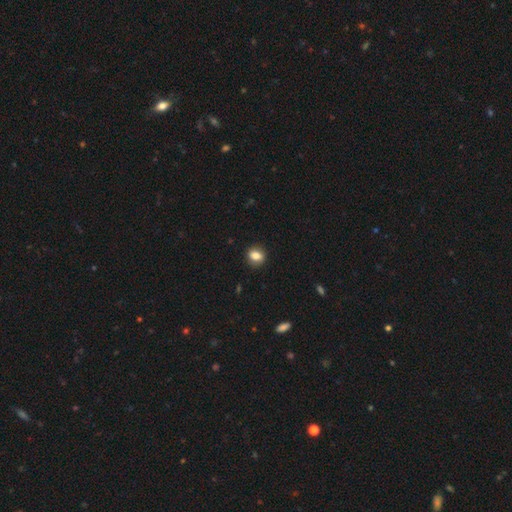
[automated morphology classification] A smooth galaxy with no disk features (80%) that is in between round and cigar-shaped (49%).

Vote fractions:
- Smooth or featured? smooth: 80% / featured or disk: 11% / star or artifact: 9%
- How rounded? in between: 49% / round: 48% / cigar-shaped: 2%
- Merging? none: 86% / minor disturbance: 10% / major disturbance: 3% / merger: 1%